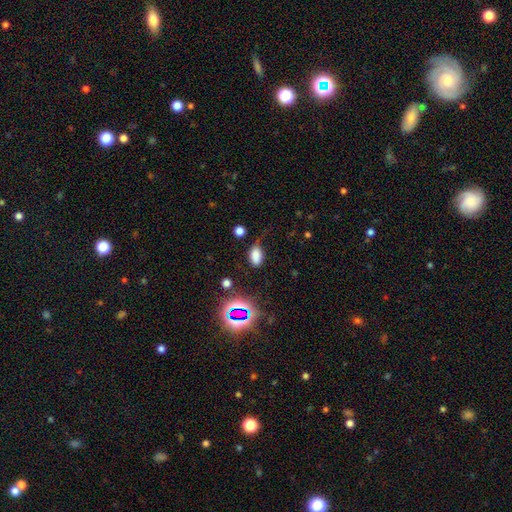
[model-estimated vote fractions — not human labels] Overall: smooth (74%). How rounded: in between (89%). Merging: none (56%; minor disturbance 29%).